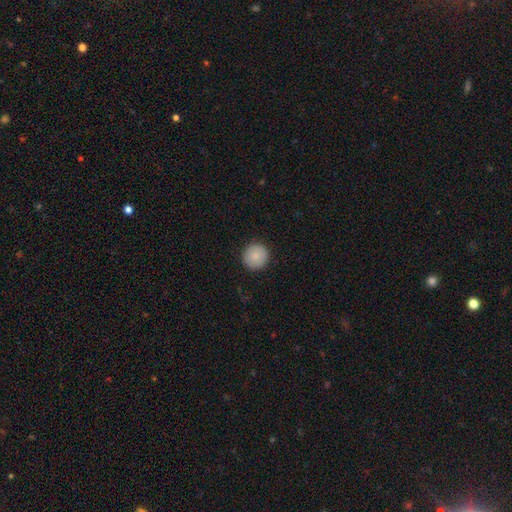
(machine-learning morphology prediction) Smooth or featured? smooth (88%)
How rounded? round (95%)
Merging? none (92%)